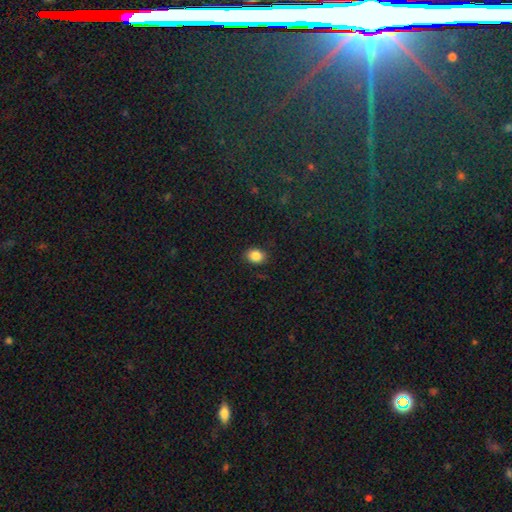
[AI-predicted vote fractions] This is clearly a smooth galaxy (85%). How rounded: possibly in between (52%). Merging: clearly none (86%).